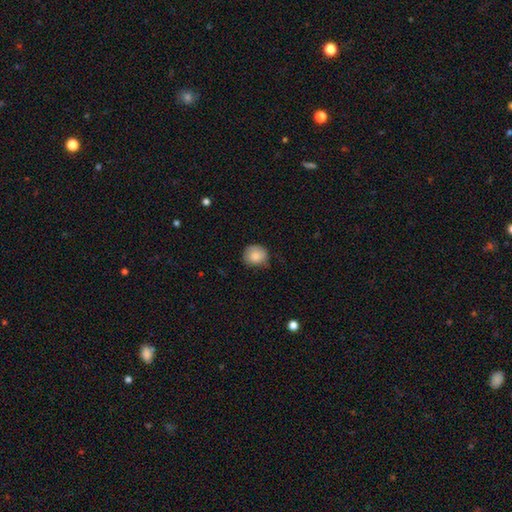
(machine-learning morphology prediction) This is clearly a smooth galaxy (84%). How rounded: likely round (77%). Merging: likely none (66%).